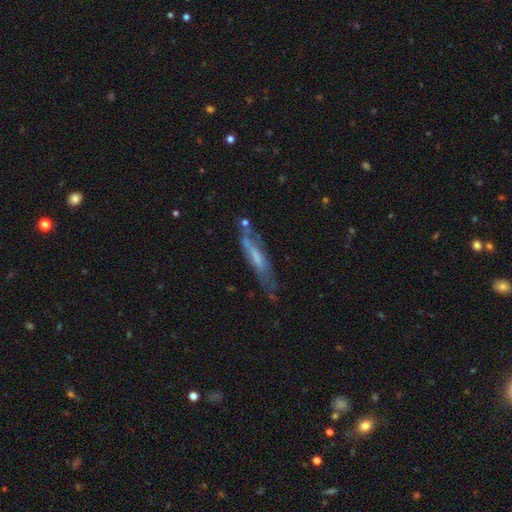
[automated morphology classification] The model was most divided on "edge-on disk": yes: 57%, no: 43%. More confident: merging — none (56%); smooth or featured — featured or disk (55%).